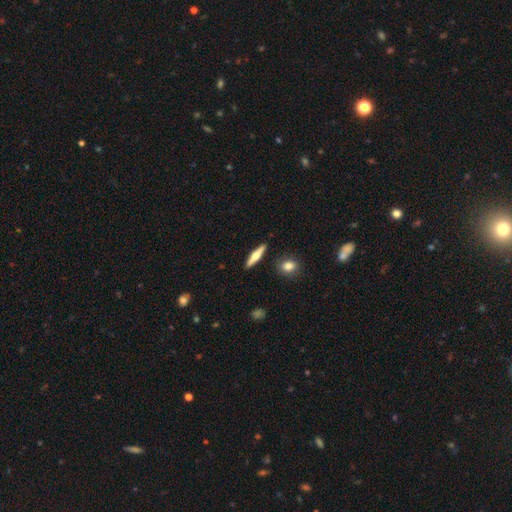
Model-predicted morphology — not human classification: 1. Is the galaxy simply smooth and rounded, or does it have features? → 51% featured or disk, 43% smooth, 6% star or artifact.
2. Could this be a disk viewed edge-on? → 96% yes, 4% no.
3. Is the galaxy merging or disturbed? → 89% none, 7% minor disturbance, 3% merger, 2% major disturbance.